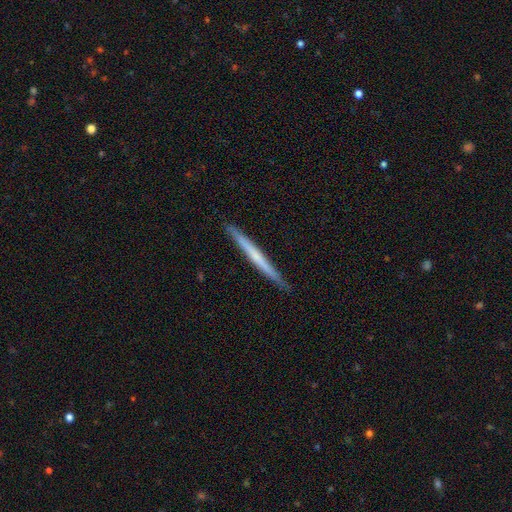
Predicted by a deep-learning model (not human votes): Smooth or featured: featured or disk — 49% (smooth — 46%)
Merging: none — 91% (minor disturbance — 7%)